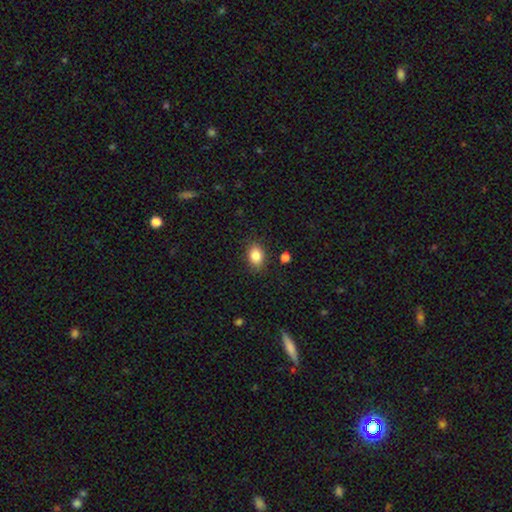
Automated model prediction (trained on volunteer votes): A smooth galaxy with no disk features (85%) that is in between round and cigar-shaped (72%). Merging: none (84%).